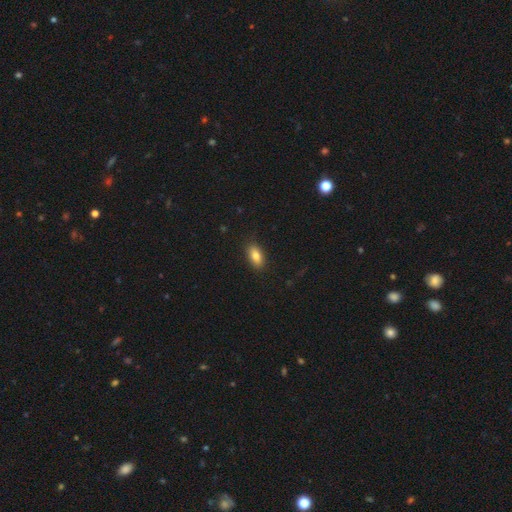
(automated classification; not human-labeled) Smooth or featured?
  - smooth: 83% *
  - featured or disk: 9%
  - star or artifact: 8%
How rounded?
  - in between: 89% *
  - cigar-shaped: 6%
  - round: 5%
Merging?
  - none: 88% *
  - minor disturbance: 9%
  - major disturbance: 2%
  - merger: 1%